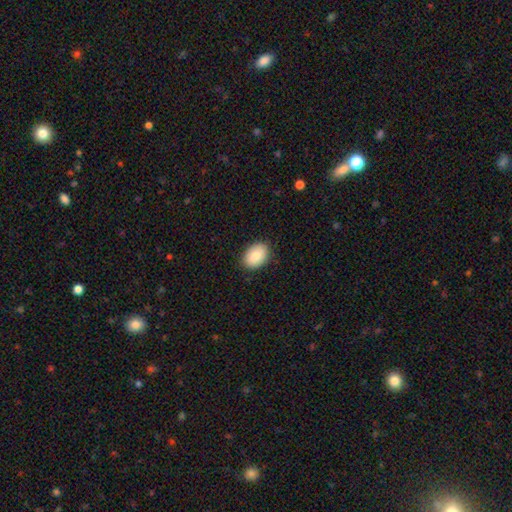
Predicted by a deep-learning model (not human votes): A smooth galaxy with no disk features (87%) that is in between round and cigar-shaped (82%).

Vote fractions:
- Smooth or featured? smooth: 87% / featured or disk: 7% / star or artifact: 6%
- How rounded? in between: 82% / round: 17% / cigar-shaped: 1%
- Merging? none: 88% / minor disturbance: 9% / major disturbance: 2% / merger: 1%